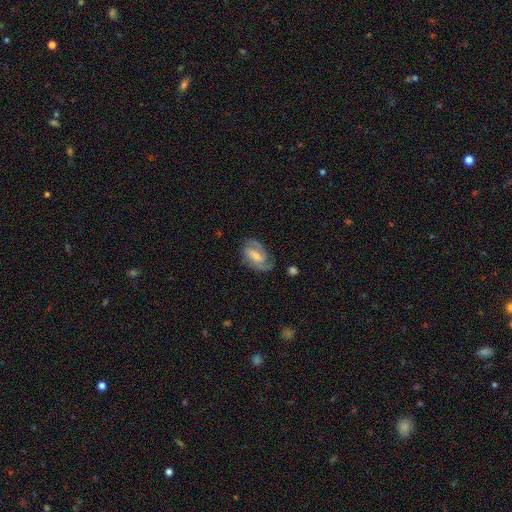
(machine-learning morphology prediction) A featured or disk galaxy (80%) with a weak bar (48%), 2 (79%) medium (46%) spiral arms (95%) and a moderate central bulge (42%).

Vote fractions:
- Smooth or featured? featured or disk: 80% / smooth: 14% / star or artifact: 6%
- Edge-on disk? no: 96% / yes: 4%
- Bar? weak: 48% / strong: 29% / no: 23%
- Spiral arms? yes: 95% / no: 5%
- Spiral winding? medium: 46% / tight: 42% / loose: 12%
- Spiral arm count? 2: 79% / can't tell: 8% / 3: 5% / 1: 5% / 4: 1% / more than 4: 1%
- Bulge size? moderate: 42% / small: 39% / none: 10% / large: 7% / dominant: 1%
- Merging? none: 72% / minor disturbance: 19% / major disturbance: 8% / merger: 2%